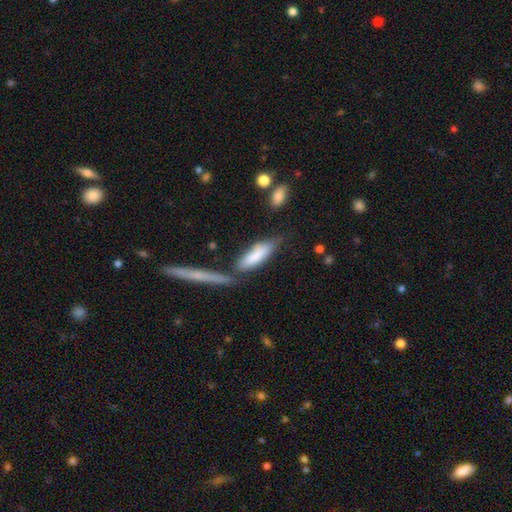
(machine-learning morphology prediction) The model was most divided on "how rounded": cigar-shaped: 51%, in between: 48%, round: 2%. More confident: smooth or featured — smooth (79%); merging — none (52%).